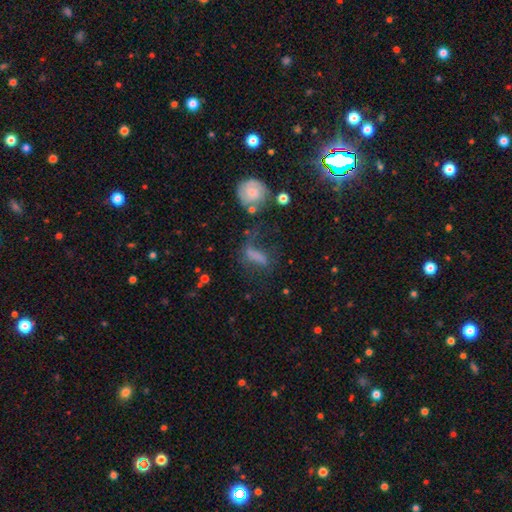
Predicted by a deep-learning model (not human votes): A smooth galaxy with no disk features (47%).

Vote fractions:
- Smooth or featured? smooth: 47% / featured or disk: 28% / star or artifact: 25%
- Merging? none: 44% / major disturbance: 26% / minor disturbance: 22% / merger: 8%